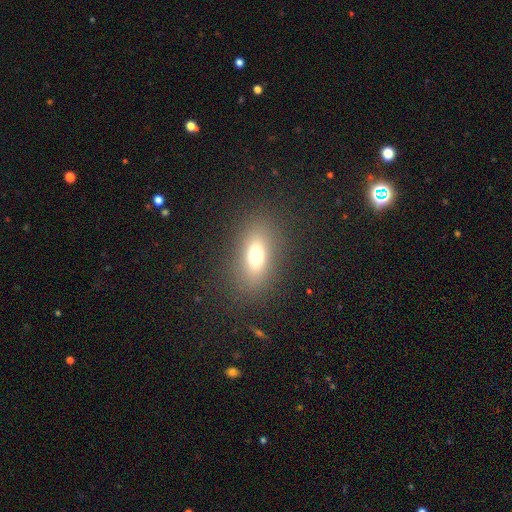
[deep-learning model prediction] Q: Smooth or featured?
A: smooth (70%); runner-up: featured or disk (17%)
Q: How rounded?
A: in between (77%); runner-up: round (12%)
Q: Merging?
A: none (84%); runner-up: minor disturbance (9%)